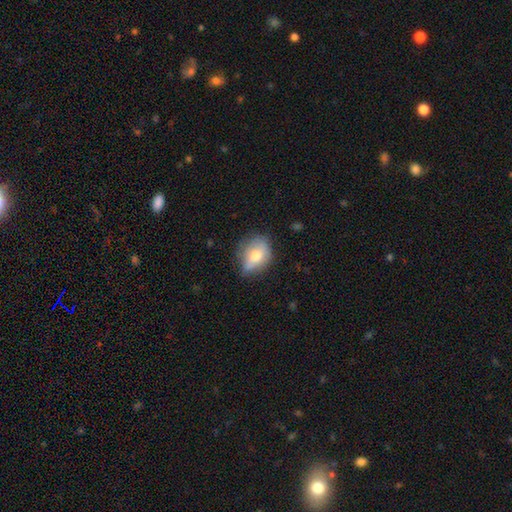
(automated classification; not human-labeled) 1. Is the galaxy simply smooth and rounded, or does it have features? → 68% smooth, 24% featured or disk, 8% star or artifact.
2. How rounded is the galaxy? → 53% in between, 45% round, 2% cigar-shaped.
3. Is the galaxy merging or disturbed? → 60% none, 30% minor disturbance, 8% major disturbance, 2% merger.